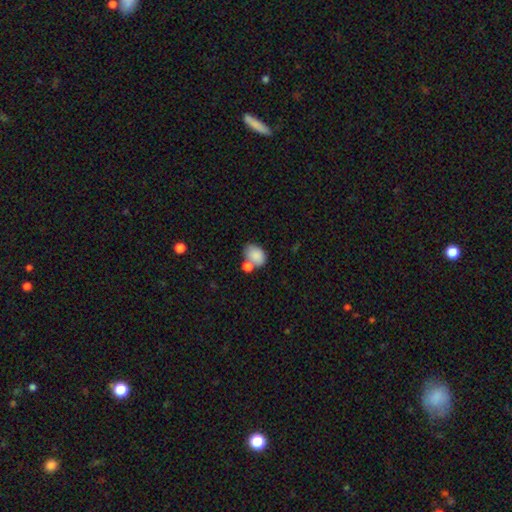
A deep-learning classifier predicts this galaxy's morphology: smooth-or-featured: smooth: 85% | star or artifact: 8% | featured or disk: 8%
  how-rounded: in between: 76% | round: 22% | cigar-shaped: 1%
  merging: none: 47% | merger: 32% | minor disturbance: 15% | major disturbance: 6%